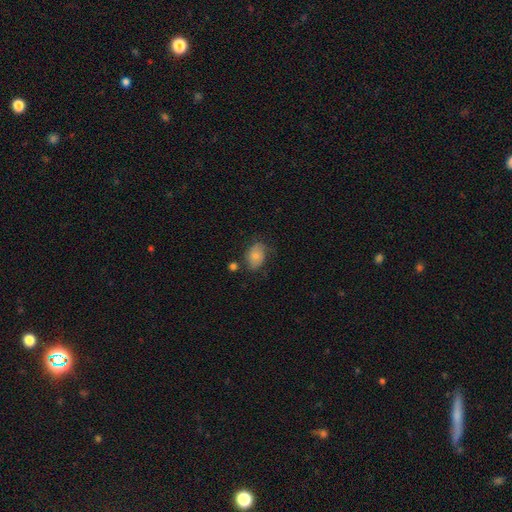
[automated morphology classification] Smooth or featured?
  - smooth: 71% *
  - featured or disk: 21%
  - star or artifact: 8%
How rounded?
  - in between: 76% *
  - round: 23%
  - cigar-shaped: 1%
Merging?
  - none: 54% *
  - minor disturbance: 29%
  - major disturbance: 12%
  - merger: 5%